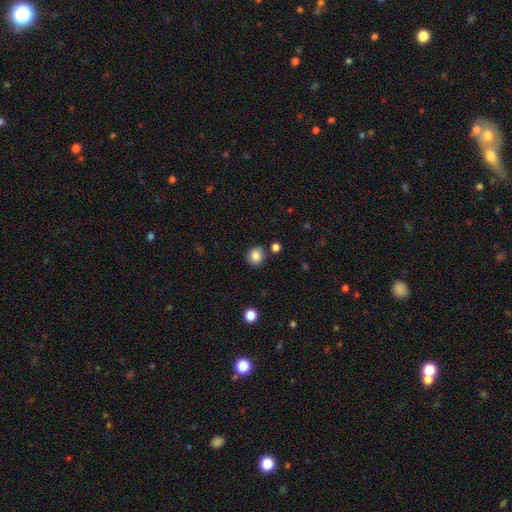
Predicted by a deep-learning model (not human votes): Q: Smooth or featured?
A: smooth (86%); runner-up: star or artifact (10%)
Q: How rounded?
A: round (84%); runner-up: in between (15%)
Q: Merging?
A: none (85%); runner-up: minor disturbance (8%)